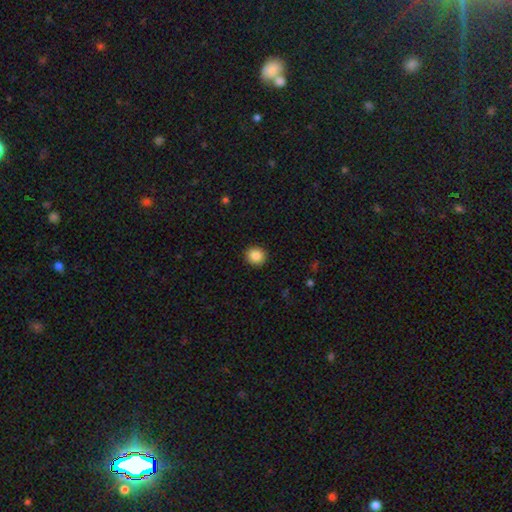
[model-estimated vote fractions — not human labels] Smooth or featured: smooth — 87% (star or artifact — 9%)
How rounded: round — 84% (in between — 15%)
Merging: none — 91% (minor disturbance — 6%)